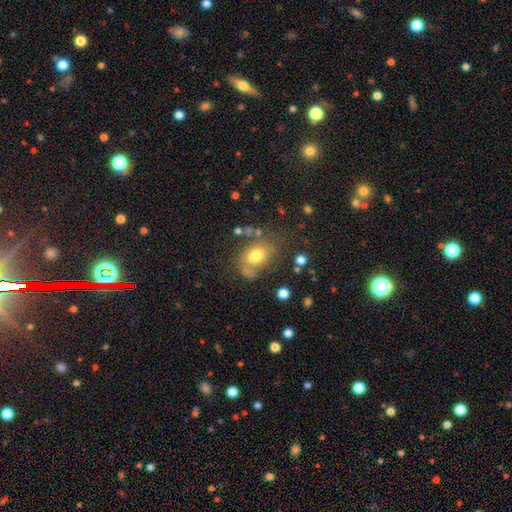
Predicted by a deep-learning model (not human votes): smooth-or-featured: smooth: 66% | featured or disk: 21% | star or artifact: 12%
  how-rounded: in between: 72% | round: 26% | cigar-shaped: 1%
  merging: none: 47% | minor disturbance: 20% | merger: 19% | major disturbance: 13%